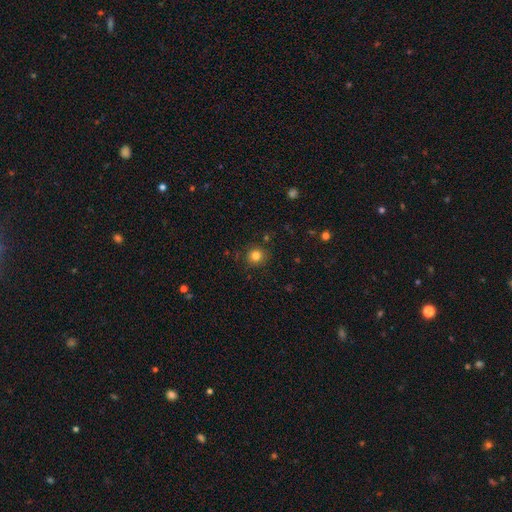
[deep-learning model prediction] Overall: smooth (81%). How rounded: round (92%). Merging: none (89%).